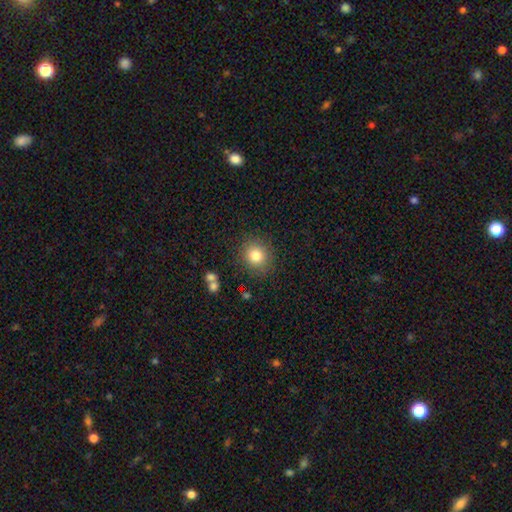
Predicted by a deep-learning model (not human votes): Overall: smooth (82%). How rounded: round (83%). Merging: none (85%).